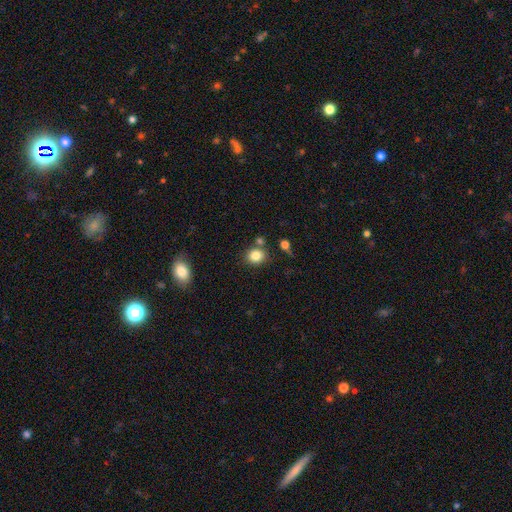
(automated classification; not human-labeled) smooth-or-featured: smooth: 82% | star or artifact: 11% | featured or disk: 7%
  how-rounded: round: 67% | in between: 32% | cigar-shaped: 1%
  merging: none: 75% | minor disturbance: 11% | merger: 11% | major disturbance: 3%